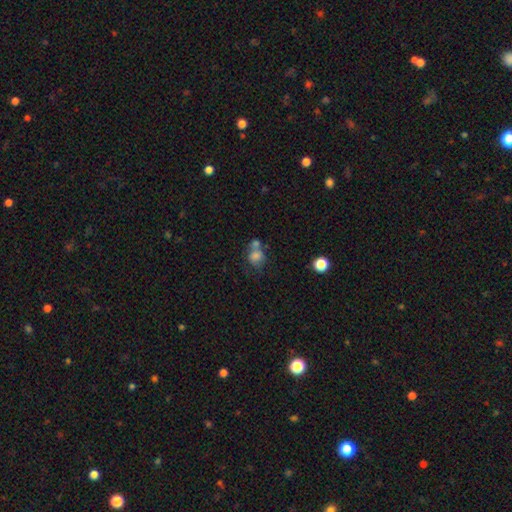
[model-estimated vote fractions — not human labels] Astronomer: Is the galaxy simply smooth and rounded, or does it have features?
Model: smooth — 73%.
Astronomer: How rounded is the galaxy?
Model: round — 59% (runner-up: in between, 39%).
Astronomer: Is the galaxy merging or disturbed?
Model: merger — 45% (runner-up: none, 31%).